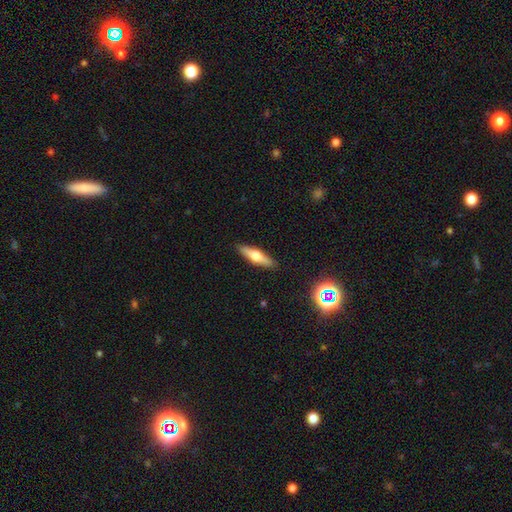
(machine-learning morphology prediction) A smooth galaxy with no disk features (48%). Merging: none (90%).